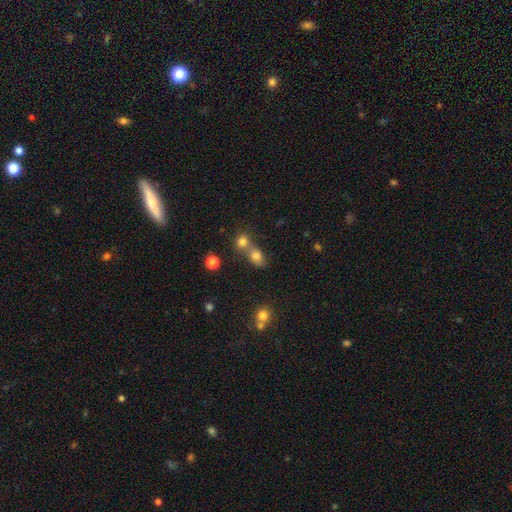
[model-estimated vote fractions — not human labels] Overall: smooth (76%). How rounded: in between (57%; round 41%). Merging: merger (44%; none 41%).